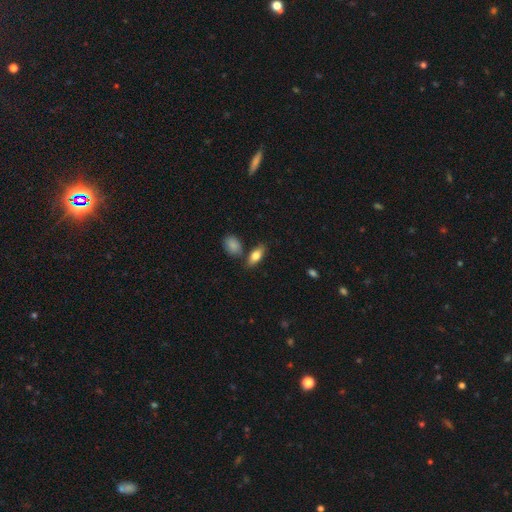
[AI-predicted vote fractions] smooth_or_featured: smooth (p=0.77) [alt: featured or disk p=0.16]
how_rounded: in between (p=0.80) [alt: cigar-shaped p=0.16]
merging: none (p=0.74) [alt: minor disturbance p=0.13]